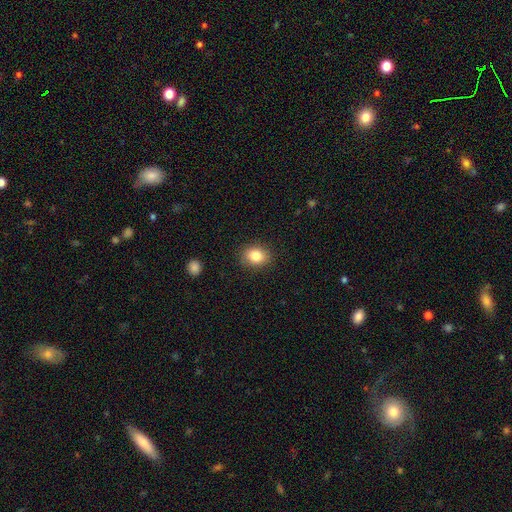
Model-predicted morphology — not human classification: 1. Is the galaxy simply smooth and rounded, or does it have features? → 83% smooth, 9% star or artifact, 7% featured or disk.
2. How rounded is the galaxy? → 51% round, 48% in between, 1% cigar-shaped.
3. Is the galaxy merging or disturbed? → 87% none, 9% minor disturbance, 3% major disturbance, 1% merger.